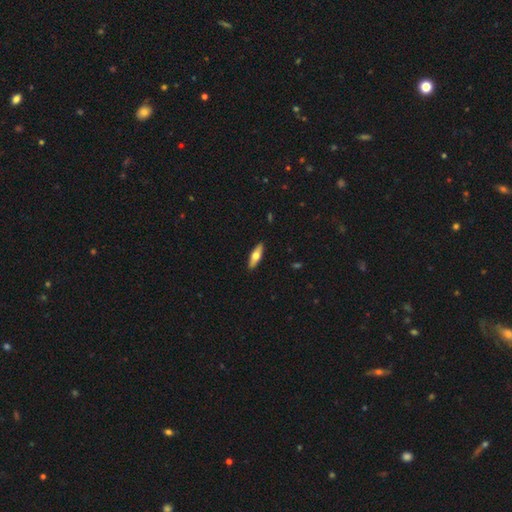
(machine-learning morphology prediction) smooth-or-featured: smooth: 54% | featured or disk: 41% | star or artifact: 6%
  how-rounded: cigar-shaped: 54% | in between: 43% | round: 2%
  merging: none: 90% | minor disturbance: 7% | major disturbance: 2% | merger: 1%